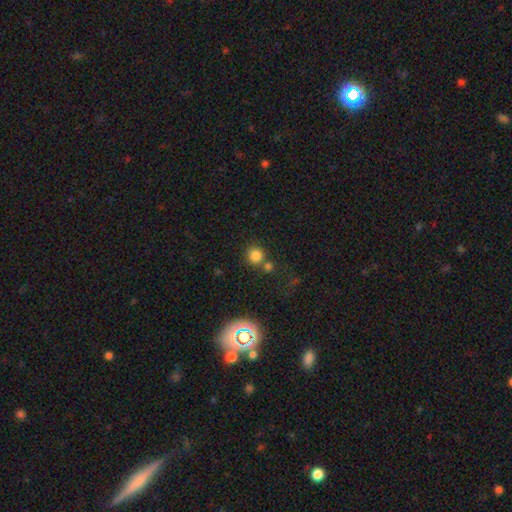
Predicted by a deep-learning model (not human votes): Overall: smooth (79%). How rounded: round (90%). Merging: none (67%).